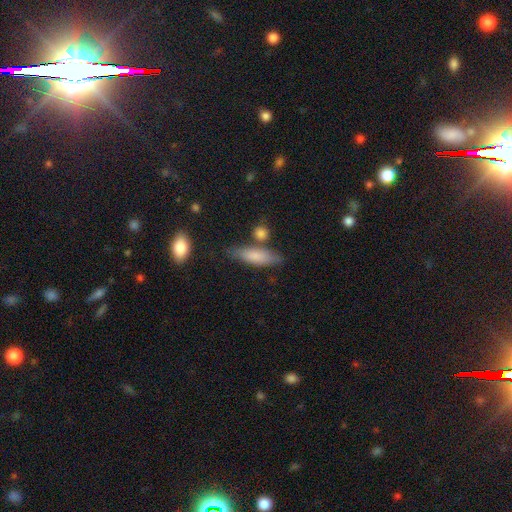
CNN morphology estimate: smooth 76%, featured or disk 17%, star or artifact 6%. Down the decision tree: how rounded — cigar-shaped (53%); merging — none (68%).